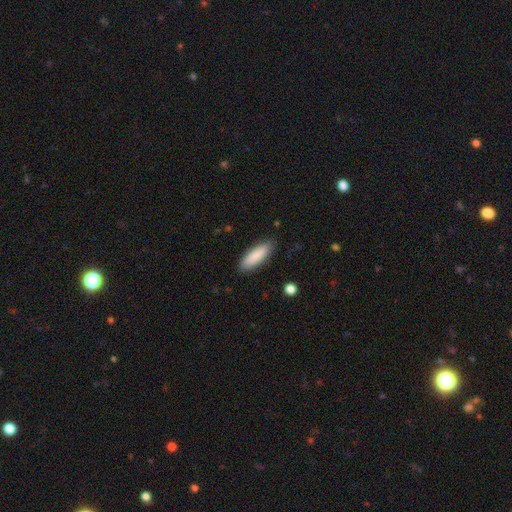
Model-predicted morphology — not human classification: The model was most divided on "how rounded": in between: 52%, cigar-shaped: 47%, round: 1%. More confident: smooth or featured — smooth (87%); merging — none (87%).